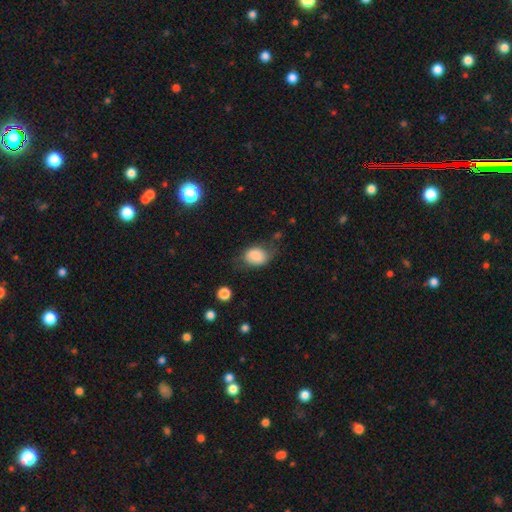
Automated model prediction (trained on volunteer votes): smooth_or_featured: smooth (p=0.81) [alt: featured or disk p=0.11]
how_rounded: in between (p=0.68) [alt: round p=0.31]
merging: none (p=0.54) [alt: minor disturbance p=0.30]